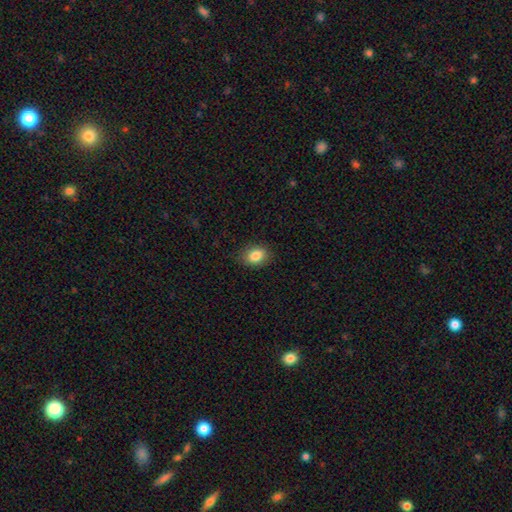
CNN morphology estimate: This appears to be a smooth galaxy with no disk features (85%) that is in between round and cigar-shaped (68%). Merging: none (84%).